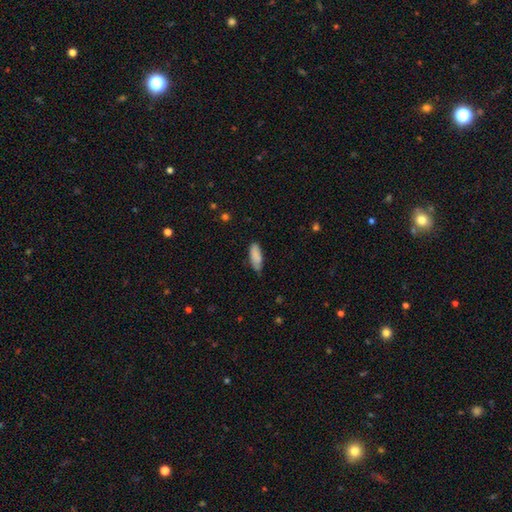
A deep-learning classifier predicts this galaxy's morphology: Overall: smooth (85%). How rounded: in between (69%; cigar-shaped 29%). Merging: none (68%).